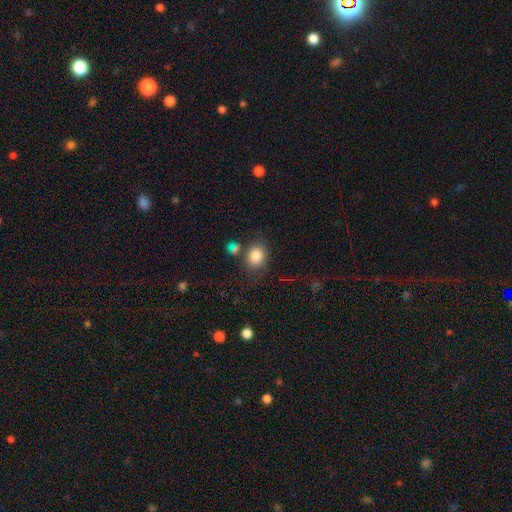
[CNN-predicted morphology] Q: Smooth or featured?
A: smooth (82%); runner-up: star or artifact (11%)
Q: How rounded?
A: round (60%); runner-up: in between (39%)
Q: Merging?
A: none (72%); runner-up: minor disturbance (14%)